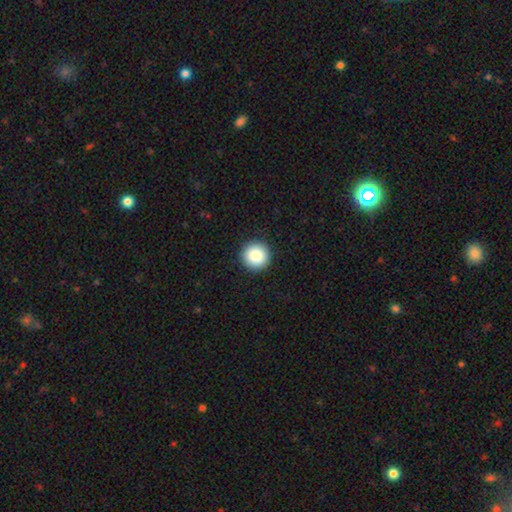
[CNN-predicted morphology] This is clearly a smooth galaxy (86%). How rounded: clearly round (96%). Merging: clearly none (93%).